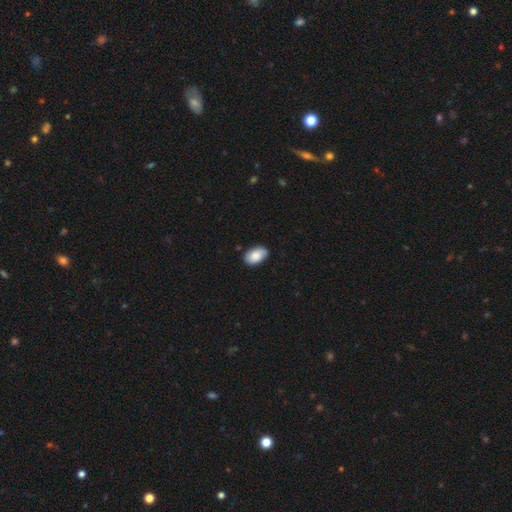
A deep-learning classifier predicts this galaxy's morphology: A smooth galaxy with no disk features (86%) that is in between round and cigar-shaped (93%).

Vote fractions:
- Smooth or featured? smooth: 86% / featured or disk: 8% / star or artifact: 6%
- How rounded? in between: 93% / round: 6% / cigar-shaped: 1%
- Merging? none: 84% / minor disturbance: 13% / major disturbance: 2% / merger: 1%